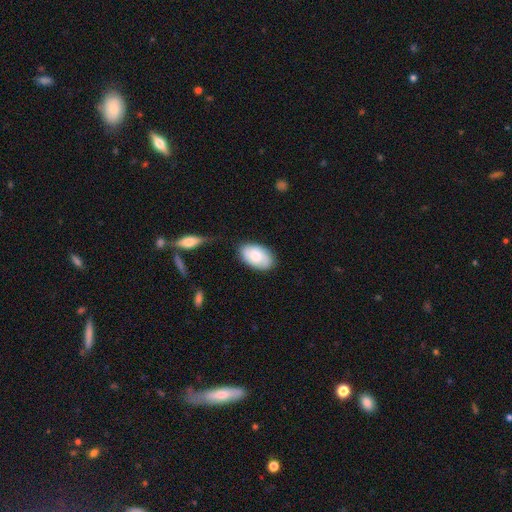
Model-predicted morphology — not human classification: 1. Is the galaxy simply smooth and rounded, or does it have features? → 60% smooth, 34% featured or disk, 7% star or artifact.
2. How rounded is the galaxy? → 91% in between, 8% round, 1% cigar-shaped.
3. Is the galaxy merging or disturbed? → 76% none, 17% minor disturbance, 4% major disturbance, 3% merger.